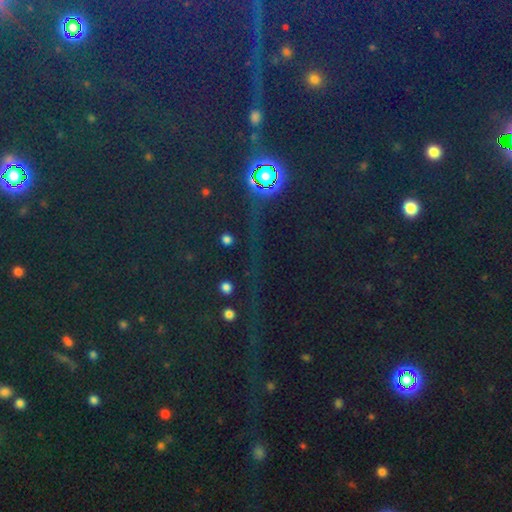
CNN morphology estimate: Overall: star or artifact (84%).